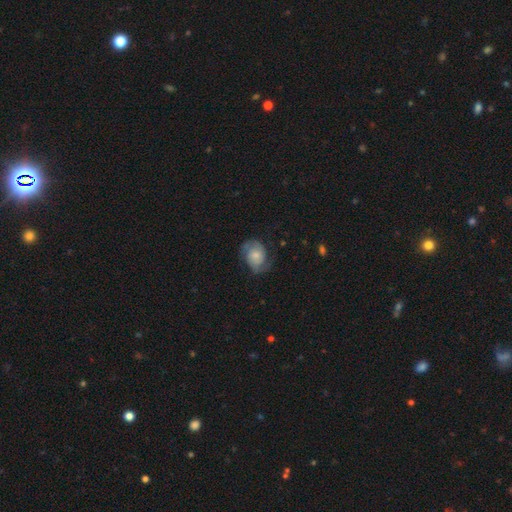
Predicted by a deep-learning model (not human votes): Smooth or featured? featured or disk (66%)
Edge-on disk? no (97%)
Bar? no (70%)
Spiral arms? yes (92%)
Spiral winding? medium (47%)
Spiral arm count? 2 (87%)
Bulge size? small (38%)
Merging? none (67%)